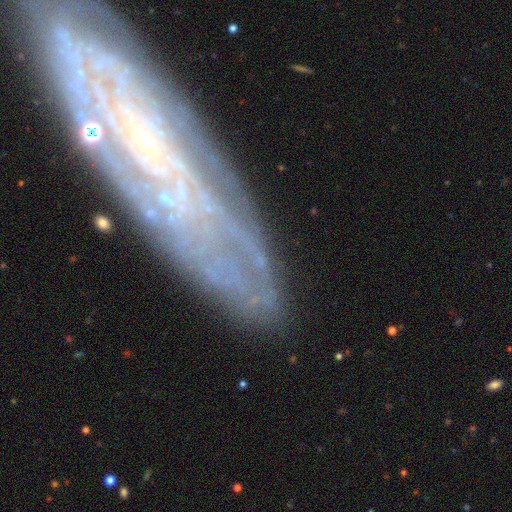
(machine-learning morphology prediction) This appears to be a featured or disk galaxy (73%) with no bar (61%), spiral arms (78%) and a small central bulge (56%). Merging: none (71%).